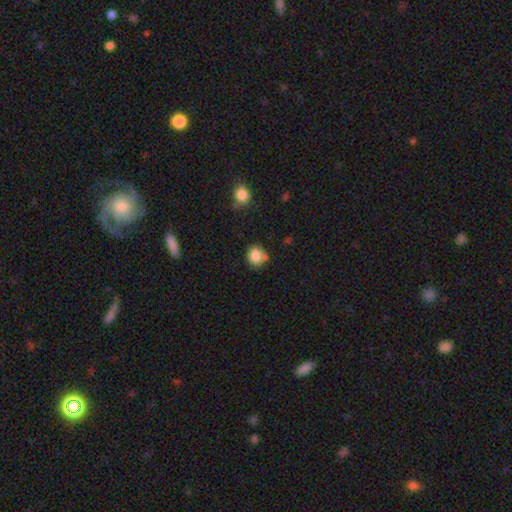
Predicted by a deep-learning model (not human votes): A smooth galaxy with no disk features (83%) that is round (75%).

Vote fractions:
- Smooth or featured? smooth: 83% / star or artifact: 10% / featured or disk: 7%
- How rounded? round: 75% / in between: 24% / cigar-shaped: 1%
- Merging? none: 63% / minor disturbance: 21% / merger: 11% / major disturbance: 5%